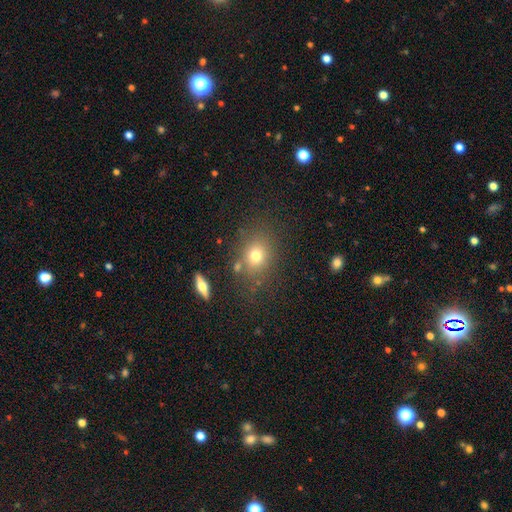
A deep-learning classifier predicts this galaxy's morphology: Overall: smooth (72%). How rounded: round (59%; in between 39%). Merging: none (76%).